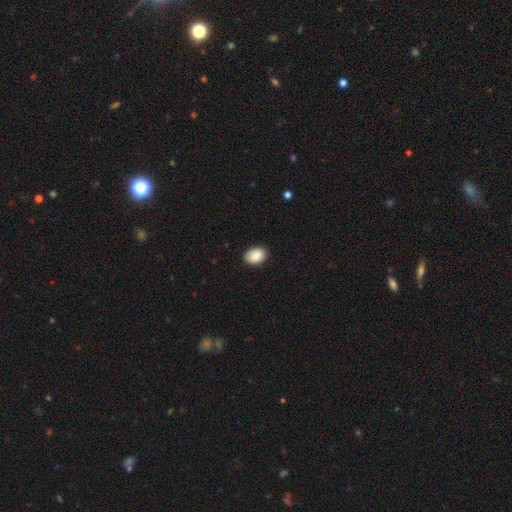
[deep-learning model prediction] Q: Smooth or featured?
A: smooth (88%); runner-up: star or artifact (7%)
Q: How rounded?
A: in between (79%); runner-up: round (20%)
Q: Merging?
A: none (87%); runner-up: minor disturbance (10%)